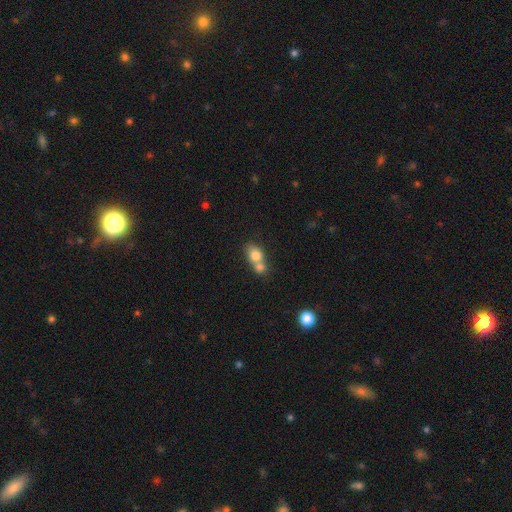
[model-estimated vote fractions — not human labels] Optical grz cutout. It shows a smooth galaxy with no disk features (76%) that is in between round and cigar-shaped (49%, tied with round). Merging: merger (66%).